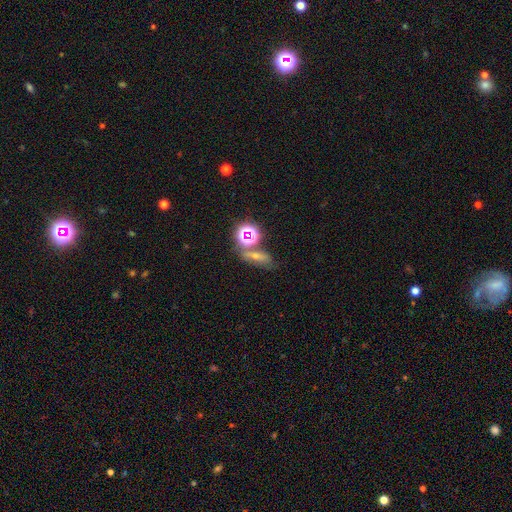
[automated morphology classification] A star or artifact, not a galaxy (50%).